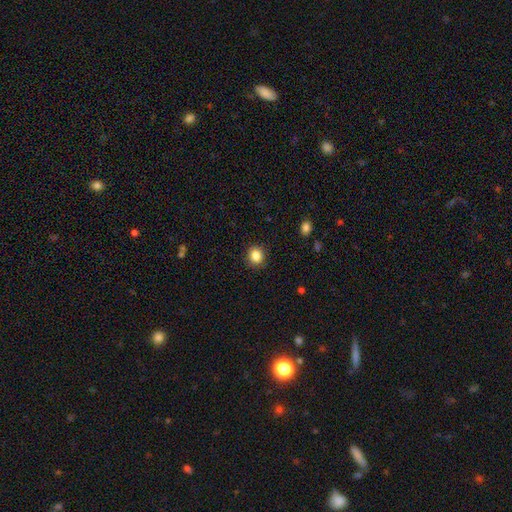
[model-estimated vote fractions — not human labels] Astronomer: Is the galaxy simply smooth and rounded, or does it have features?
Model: smooth — 85%.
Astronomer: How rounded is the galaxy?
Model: round — 89%.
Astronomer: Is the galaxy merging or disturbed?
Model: none — 90%.